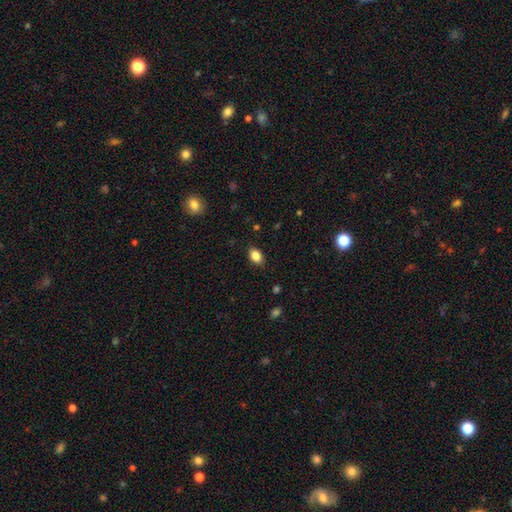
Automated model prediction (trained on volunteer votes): A smooth galaxy with no disk features (85%) that is in between round and cigar-shaped (79%).

Vote fractions:
- Smooth or featured? smooth: 85% / star or artifact: 9% / featured or disk: 6%
- How rounded? in between: 79% / round: 20% / cigar-shaped: 1%
- Merging? none: 87% / minor disturbance: 10% / major disturbance: 2% / merger: 1%